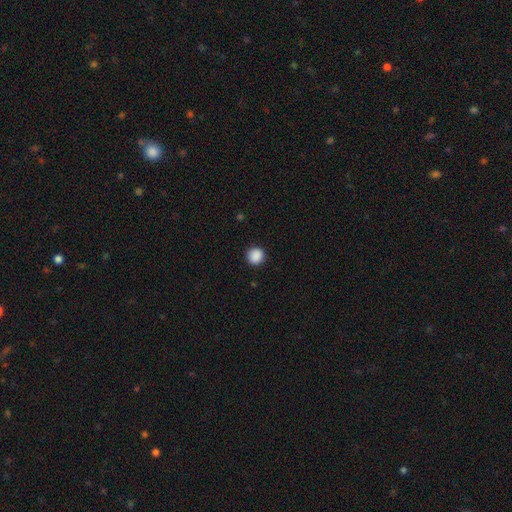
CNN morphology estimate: The model was most divided on "smooth or featured": smooth: 89%, star or artifact: 9%, featured or disk: 2%. More confident: how rounded — round (92%); merging — none (90%).